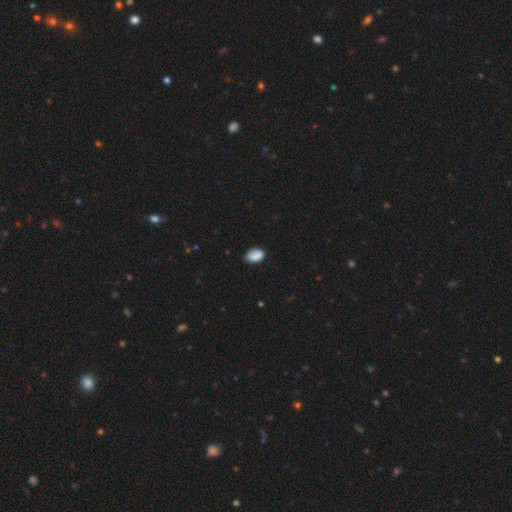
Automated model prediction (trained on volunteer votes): A smooth galaxy with no disk features (86%) that is in between round and cigar-shaped (89%). Merging: none (74%).